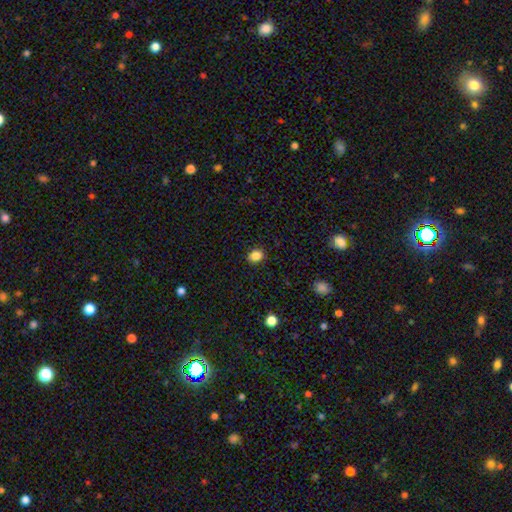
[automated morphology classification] Smooth or featured? smooth (86%)
How rounded? round (50%)
Merging? none (89%)